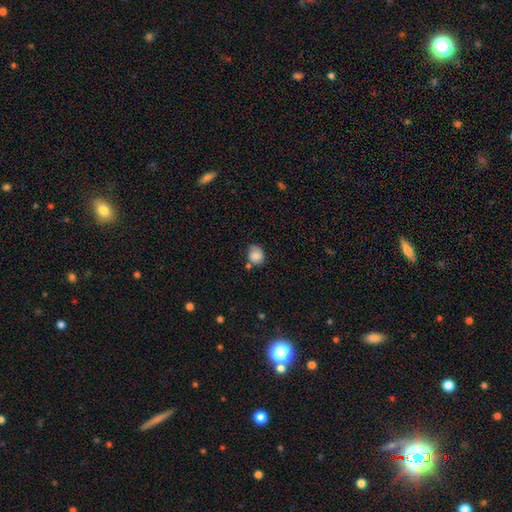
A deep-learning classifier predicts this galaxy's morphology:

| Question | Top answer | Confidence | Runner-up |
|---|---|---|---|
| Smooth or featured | smooth | 83% | star or artifact (9%) |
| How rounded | round | 65% | in between (34%) |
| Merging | none | 55% | minor disturbance (28%) |